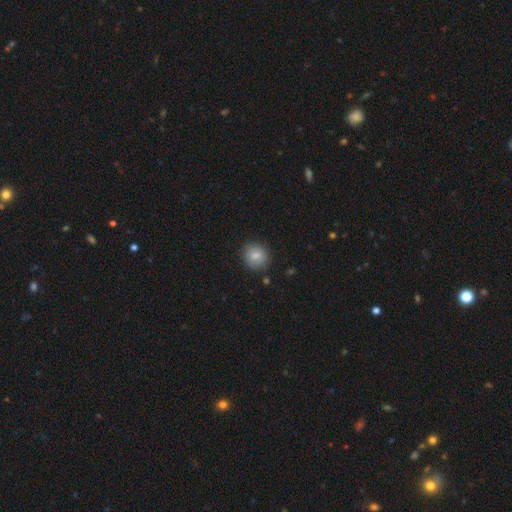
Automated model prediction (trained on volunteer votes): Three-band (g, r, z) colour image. It shows a smooth galaxy with no disk features (83%) that is round (80%). Merging: none (85%).